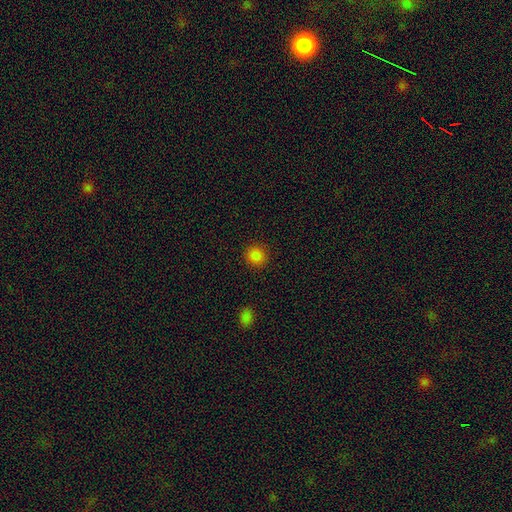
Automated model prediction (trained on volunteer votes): Q: Smooth or featured?
A: smooth (85%); runner-up: star or artifact (12%)
Q: How rounded?
A: round (90%); runner-up: in between (9%)
Q: Merging?
A: none (91%); runner-up: minor disturbance (6%)